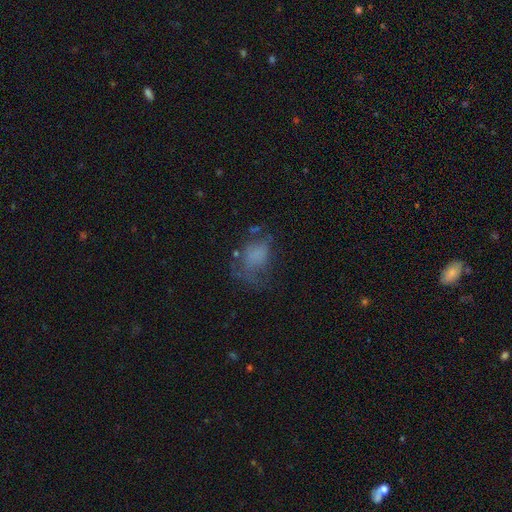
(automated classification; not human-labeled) A smooth galaxy with no disk features (53%) that is in between round and cigar-shaped (70%).

Vote fractions:
- Smooth or featured? smooth: 53% / featured or disk: 31% / star or artifact: 16%
- How rounded? in between: 70% / round: 28% / cigar-shaped: 2%
- Merging? major disturbance: 37% / none: 35% / minor disturbance: 24% / merger: 4%